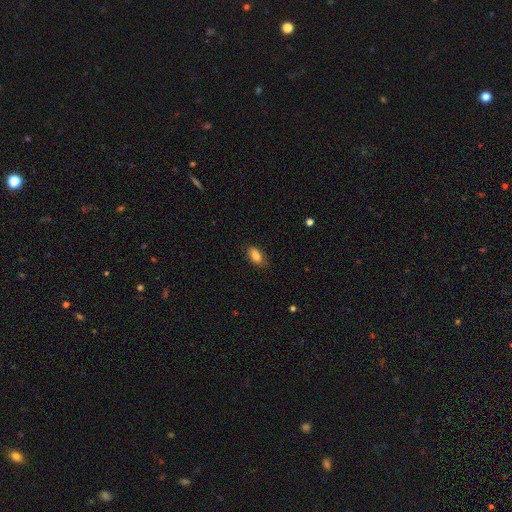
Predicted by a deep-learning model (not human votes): Overall: smooth (86%). How rounded: in between (90%). Merging: none (82%).